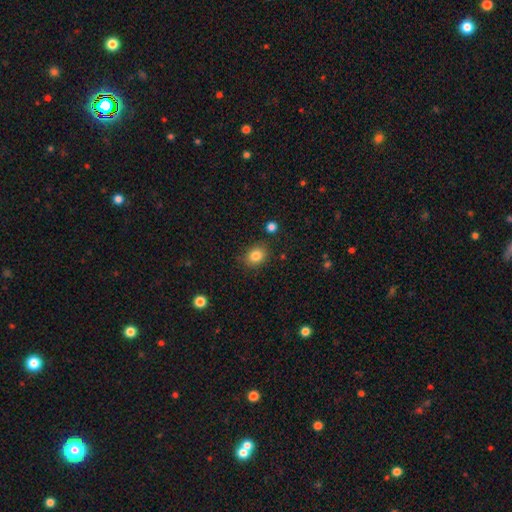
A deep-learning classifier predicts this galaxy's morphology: This appears to be a smooth galaxy with no disk features (84%) that is round (51%). Merging: none (84%).